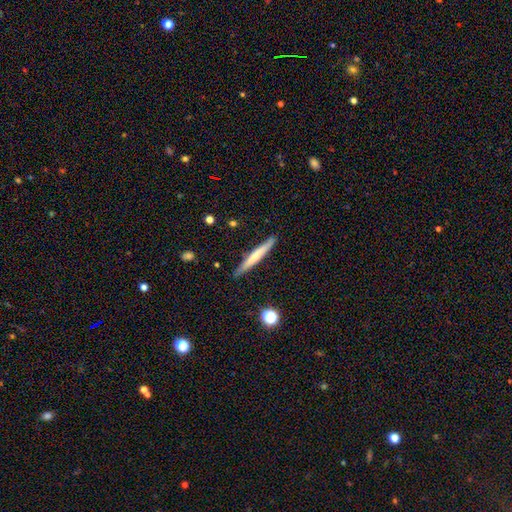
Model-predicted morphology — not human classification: smooth 54%, featured or disk 40%, star or artifact 6%. Down the decision tree: how rounded — cigar-shaped (96%); merging — none (87%).